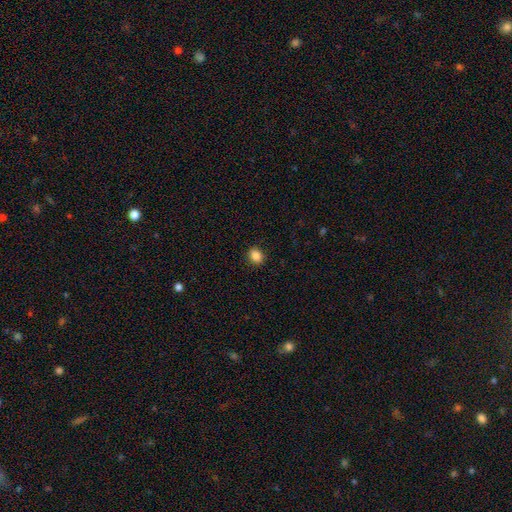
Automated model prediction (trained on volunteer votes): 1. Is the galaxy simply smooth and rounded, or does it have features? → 87% smooth, 10% star or artifact, 3% featured or disk.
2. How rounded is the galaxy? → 62% round, 37% in between, 1% cigar-shaped.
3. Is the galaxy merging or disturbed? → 90% none, 7% minor disturbance, 2% major disturbance, 1% merger.